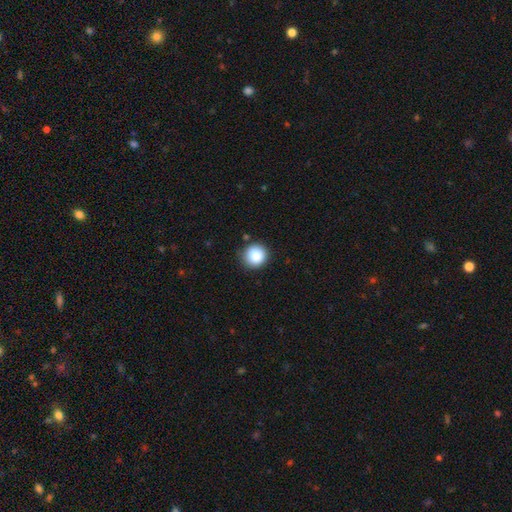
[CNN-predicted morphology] smooth_or_featured: smooth (p=0.87) [alt: star or artifact p=0.09]
how_rounded: round (p=0.93) [alt: in between p=0.06]
merging: none (p=0.86) [alt: minor disturbance p=0.10]